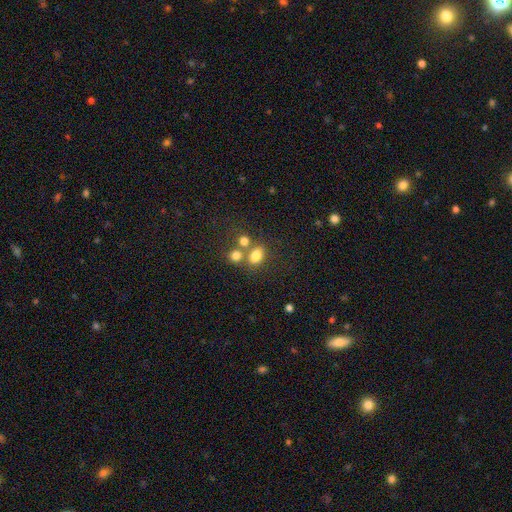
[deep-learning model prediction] Overall: smooth (77%). How rounded: in between (67%; round 31%). Merging: none (50%; merger 34%).